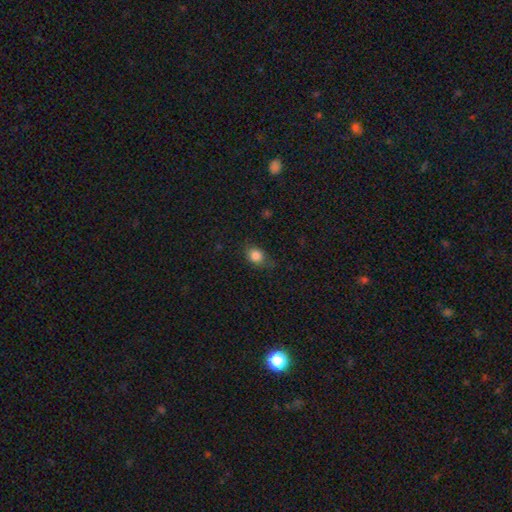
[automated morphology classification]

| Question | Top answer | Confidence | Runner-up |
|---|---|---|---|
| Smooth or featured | smooth | 84% | star or artifact (11%) |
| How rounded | round | 58% | in between (41%) |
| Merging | none | 73% | minor disturbance (20%) |